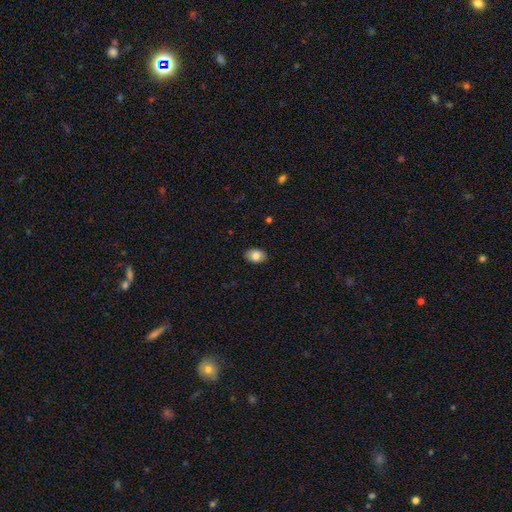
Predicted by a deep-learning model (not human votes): Overall: smooth (84%). How rounded: in between (80%). Merging: none (88%).